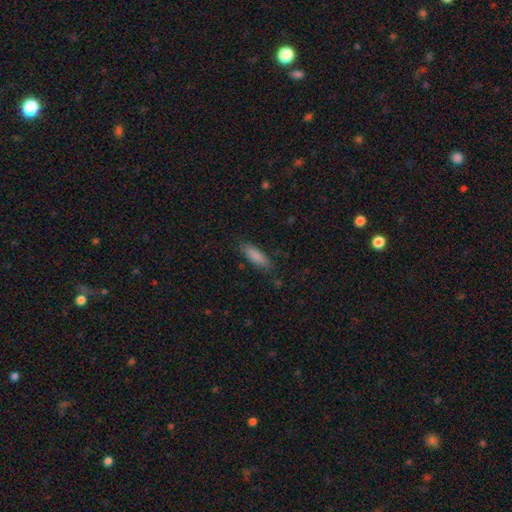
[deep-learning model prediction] smooth-or-featured: smooth: 86% | featured or disk: 8% | star or artifact: 7%
  how-rounded: in between: 50% | cigar-shaped: 48% | round: 2%
  merging: none: 81% | minor disturbance: 14% | major disturbance: 3% | merger: 1%